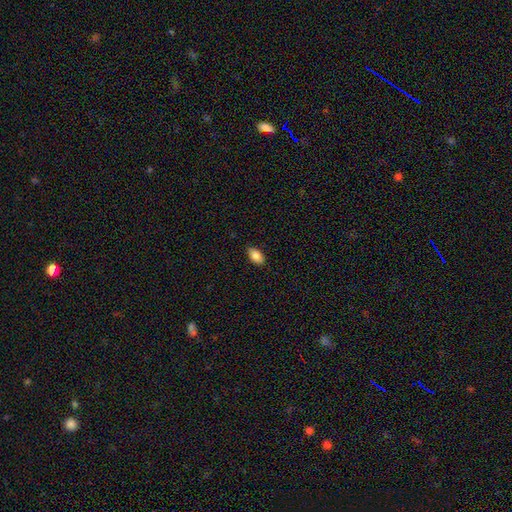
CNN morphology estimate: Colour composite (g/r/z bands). It shows a smooth galaxy with no disk features (87%) that is in between round and cigar-shaped (94%). Merging: none (86%).